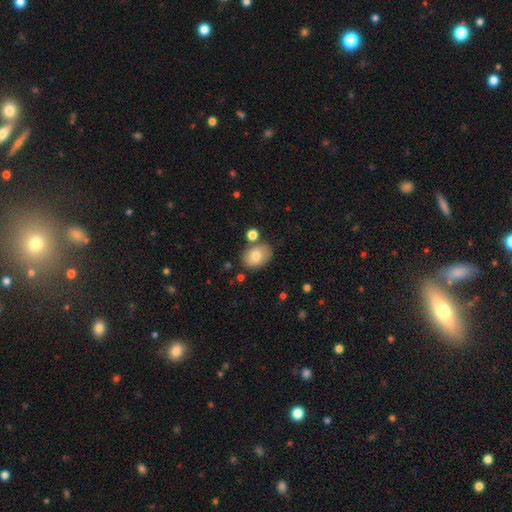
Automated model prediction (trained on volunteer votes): Smooth or featured? smooth (76%)
How rounded? in between (76%)
Merging? none (73%)